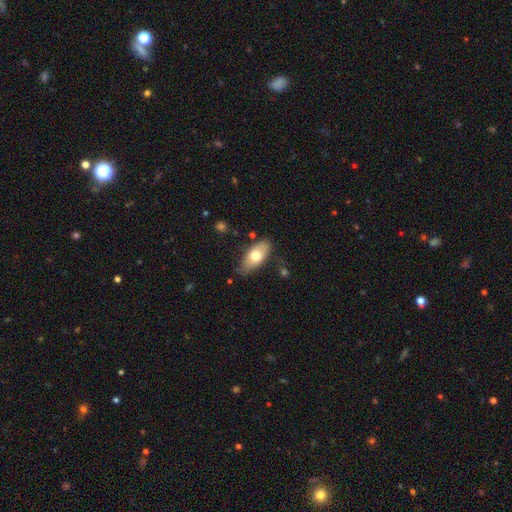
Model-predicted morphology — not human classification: smooth-or-featured: smooth: 69% | featured or disk: 24% | star or artifact: 6%
  how-rounded: in between: 89% | cigar-shaped: 8% | round: 3%
  merging: none: 74% | minor disturbance: 20% | major disturbance: 4% | merger: 2%